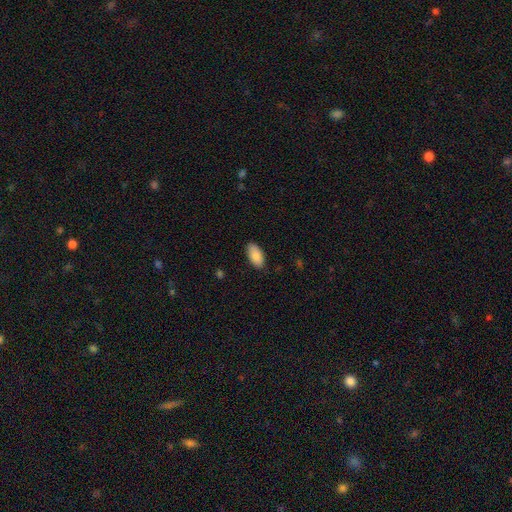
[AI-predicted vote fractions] This appears to be a smooth galaxy with no disk features (87%) that is in between round and cigar-shaped (94%). Merging: none (85%).